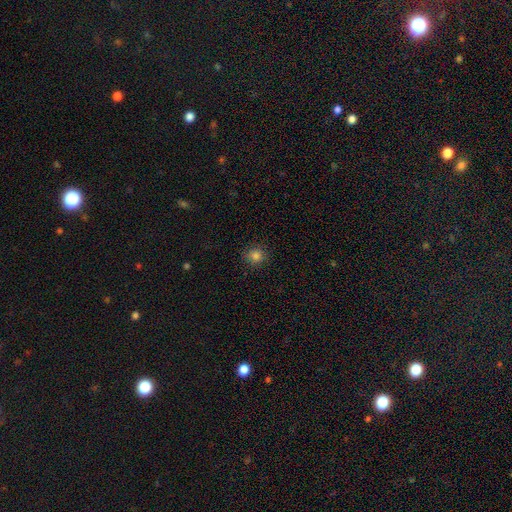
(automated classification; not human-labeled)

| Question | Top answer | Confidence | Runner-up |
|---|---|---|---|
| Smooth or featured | smooth | 82% | star or artifact (13%) |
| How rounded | round | 89% | in between (10%) |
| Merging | none | 88% | minor disturbance (8%) |